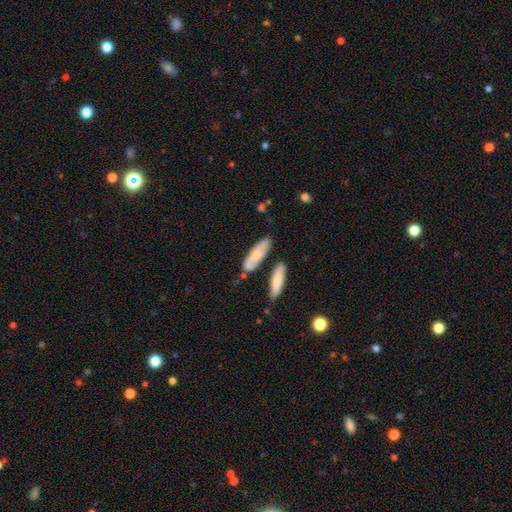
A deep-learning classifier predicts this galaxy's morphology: smooth-or-featured: smooth: 58% | featured or disk: 36% | star or artifact: 6%
  how-rounded: in between: 53% | cigar-shaped: 44% | round: 2%
  merging: none: 66% | minor disturbance: 18% | merger: 12% | major disturbance: 5%